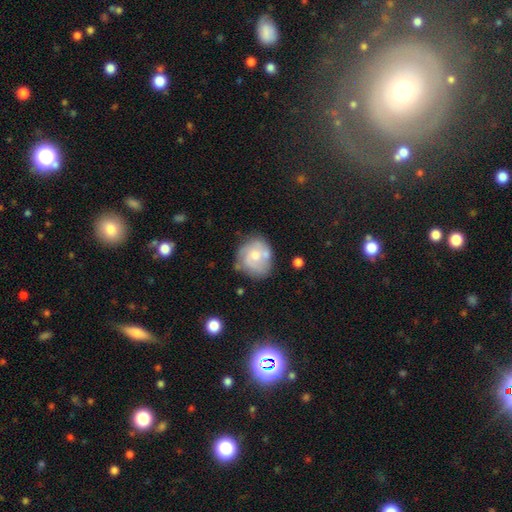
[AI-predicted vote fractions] Morphology: type=featured or disk (49%); merging=none (57%).